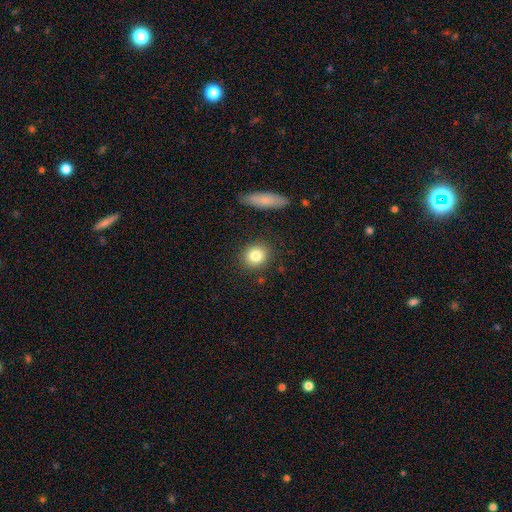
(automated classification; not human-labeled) This appears to be a smooth galaxy with no disk features (83%) that is round (79%). Merging: none (87%).